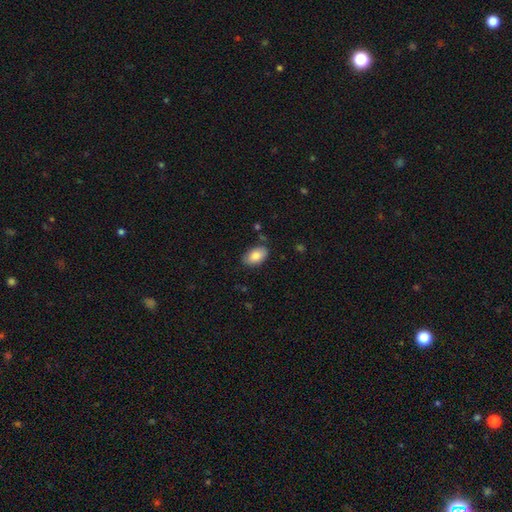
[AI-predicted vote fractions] Overall: smooth (84%). How rounded: in between (92%). Merging: none (79%).